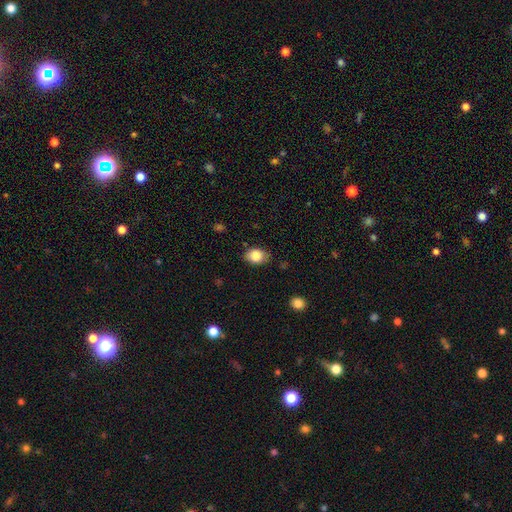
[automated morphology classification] smooth 86%, star or artifact 8%, featured or disk 6%. Down the decision tree: how rounded — in between (70%); merging — none (75%).